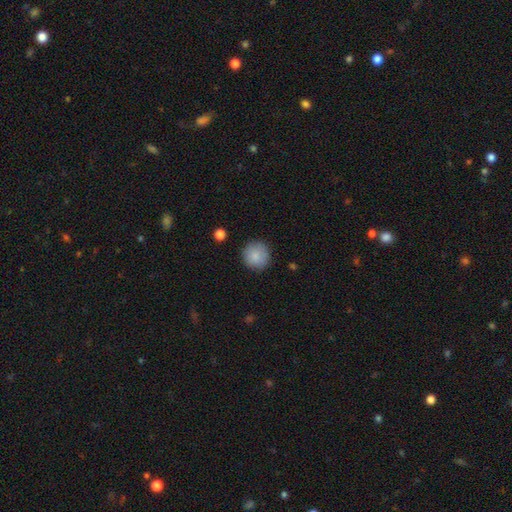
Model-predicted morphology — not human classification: smooth 87%, star or artifact 7%, featured or disk 6%. Down the decision tree: how rounded — round (93%); merging — none (87%).